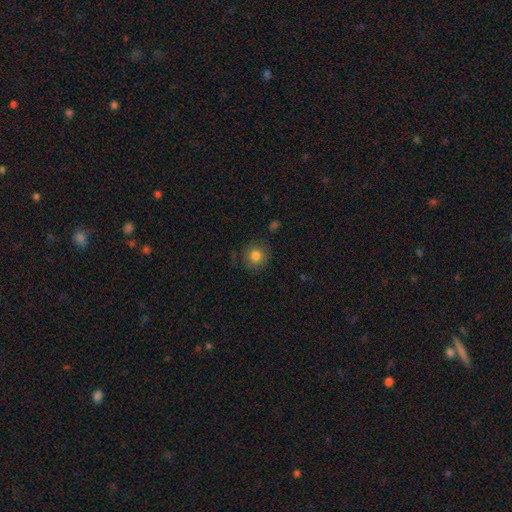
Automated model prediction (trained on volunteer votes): Morphology: type=smooth (81%); roundness=round (89%); merging=none (83%).